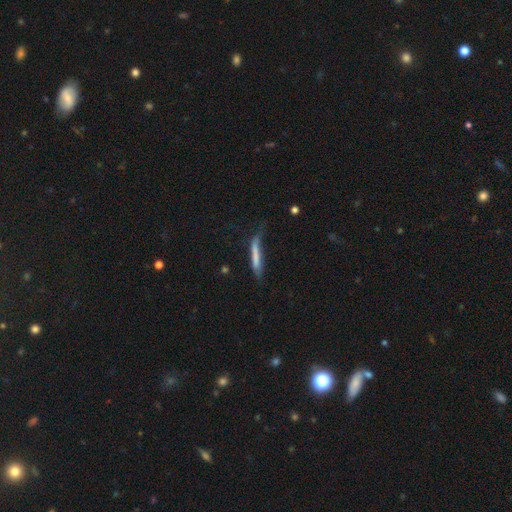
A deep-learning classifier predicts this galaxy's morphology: Smooth or featured? smooth (67%)
How rounded? cigar-shaped (92%)
Merging? none (44%)